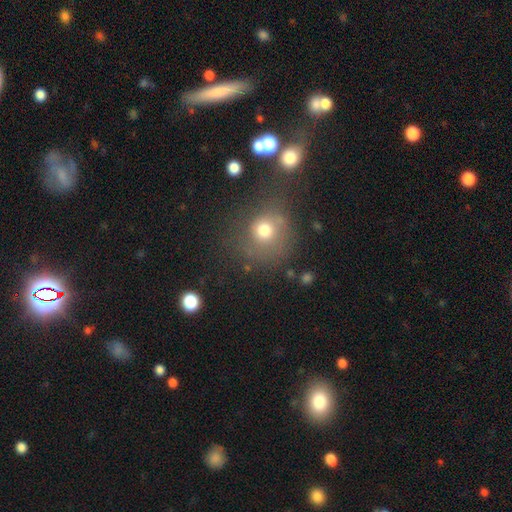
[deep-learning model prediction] Morphology: type=smooth (48%); merging=none (81%).